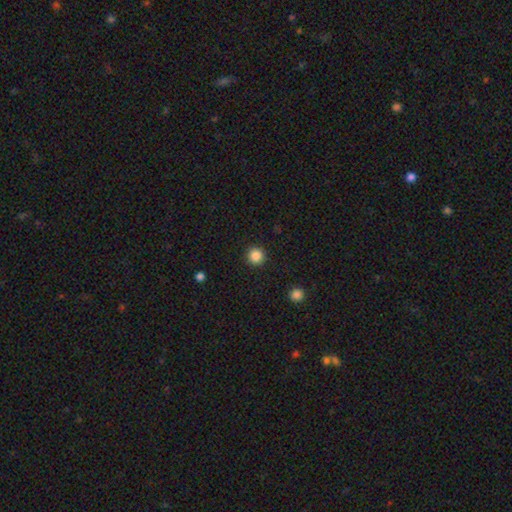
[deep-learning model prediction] Overall: smooth (86%). How rounded: round (96%). Merging: none (93%).